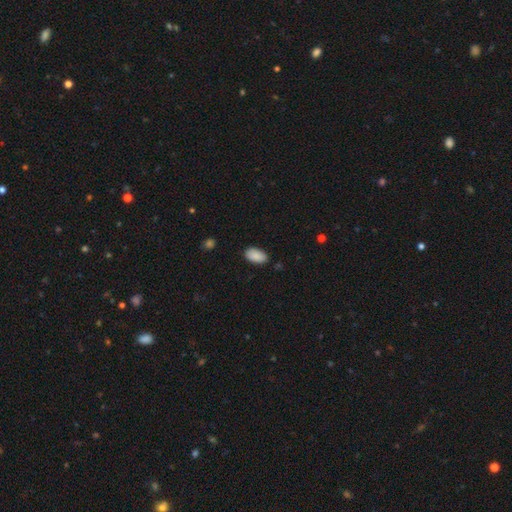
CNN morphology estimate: The model was most divided on "merging": none: 84%, minor disturbance: 12%, major disturbance: 2%, merger: 1%. More confident: how rounded — in between (95%); smooth or featured — smooth (90%).